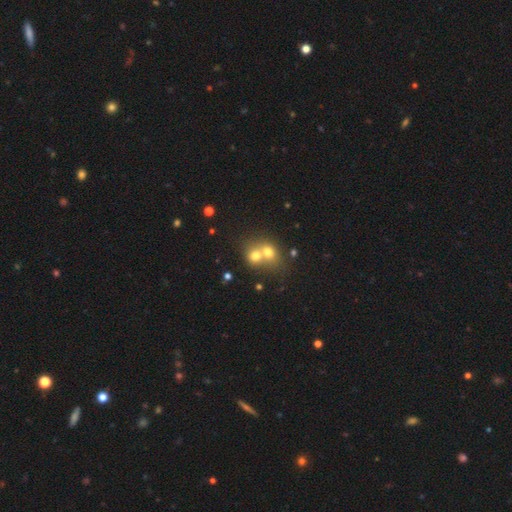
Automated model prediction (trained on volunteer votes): A smooth galaxy with no disk features (68%) that is round (68%).

Vote fractions:
- Smooth or featured? smooth: 68% / featured or disk: 20% / star or artifact: 12%
- How rounded? round: 68% / in between: 31% / cigar-shaped: 1%
- Merging? merger: 70% / none: 23% / minor disturbance: 5% / major disturbance: 3%